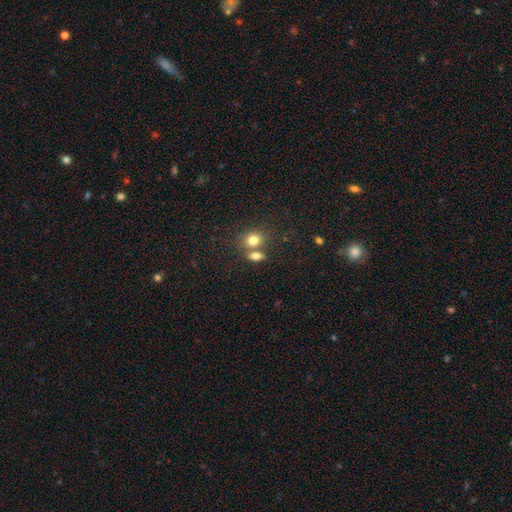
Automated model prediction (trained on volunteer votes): Q: Smooth or featured?
A: smooth (78%); runner-up: star or artifact (11%)
Q: How rounded?
A: in between (61%); runner-up: round (36%)
Q: Merging?
A: none (44%); runner-up: merger (43%)